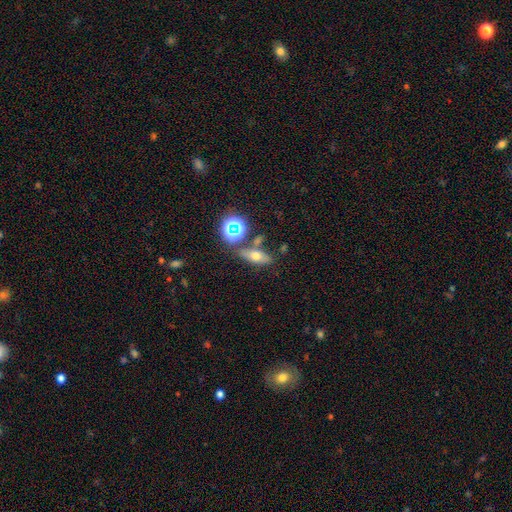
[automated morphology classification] smooth-or-featured: smooth: 54% | featured or disk: 26% | star or artifact: 20%
  how-rounded: in between: 62% | cigar-shaped: 24% | round: 14%
  merging: none: 68% | merger: 14% | minor disturbance: 13% | major disturbance: 5%